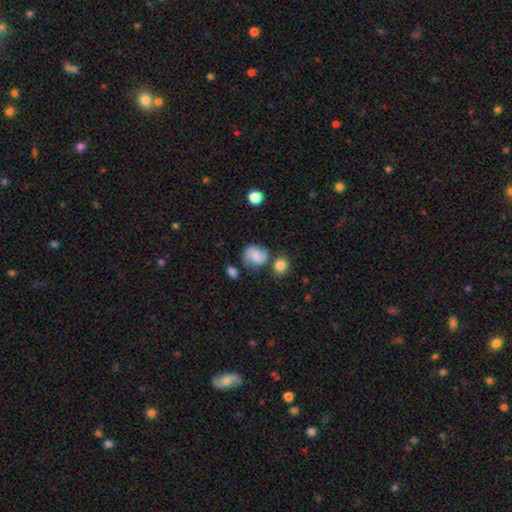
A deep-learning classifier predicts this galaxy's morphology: Q: Smooth or featured?
A: smooth (59%); runner-up: featured or disk (30%)
Q: How rounded?
A: round (64%); runner-up: in between (35%)
Q: Merging?
A: none (58%); runner-up: minor disturbance (22%)